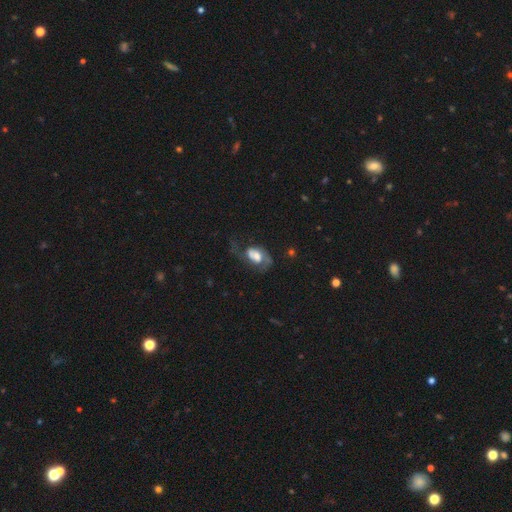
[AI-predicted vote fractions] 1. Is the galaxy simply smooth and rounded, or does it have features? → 53% featured or disk, 39% smooth, 8% star or artifact.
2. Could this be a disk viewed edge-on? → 96% no, 4% yes.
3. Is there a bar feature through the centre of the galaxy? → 62% no, 29% weak, 9% strong.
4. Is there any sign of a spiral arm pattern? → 69% yes, 31% no.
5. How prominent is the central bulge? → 45% moderate, 33% large, 13% small, 5% dominant, 4% none.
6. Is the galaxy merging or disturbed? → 41% major disturbance, 29% none, 21% minor disturbance, 9% merger.